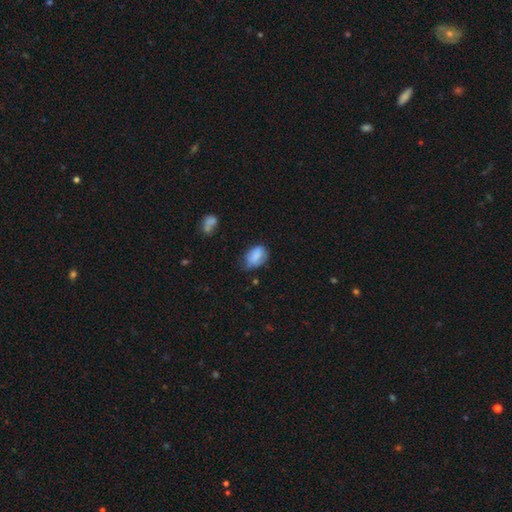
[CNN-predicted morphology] This is likely a smooth galaxy (78%). How rounded: clearly in between (84%). Merging: possibly none (49%).